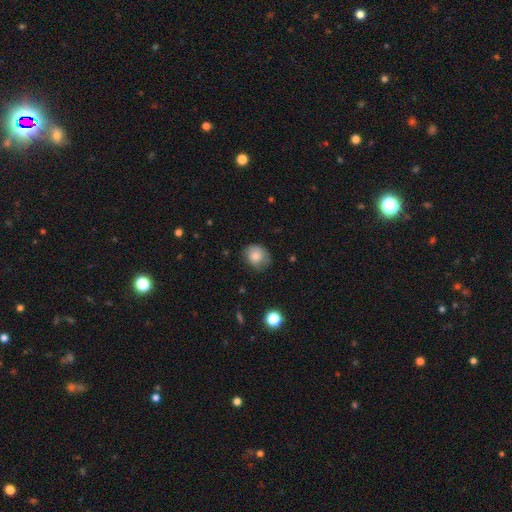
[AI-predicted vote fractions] A smooth galaxy with no disk features (74%) that is round (65%). Merging: none (67%).